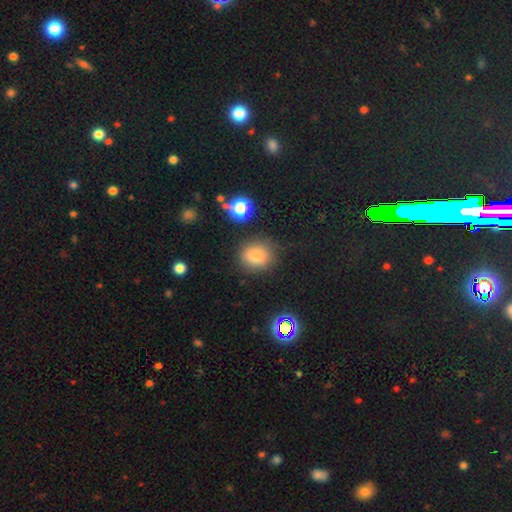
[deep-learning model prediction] Smooth or featured? smooth (79%)
How rounded? round (71%)
Merging? none (77%)